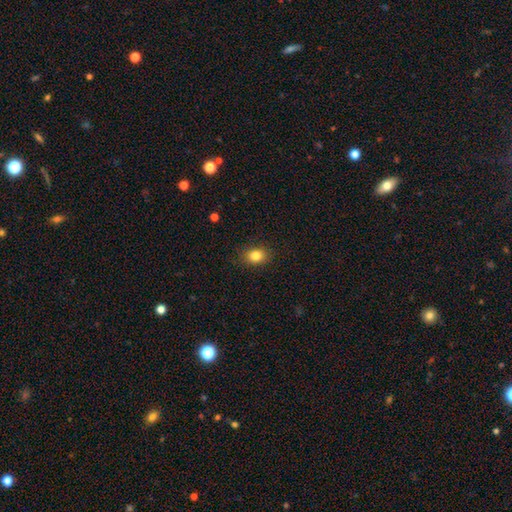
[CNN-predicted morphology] This is clearly a smooth galaxy (83%). How rounded: likely in between (62%). Merging: clearly none (86%).